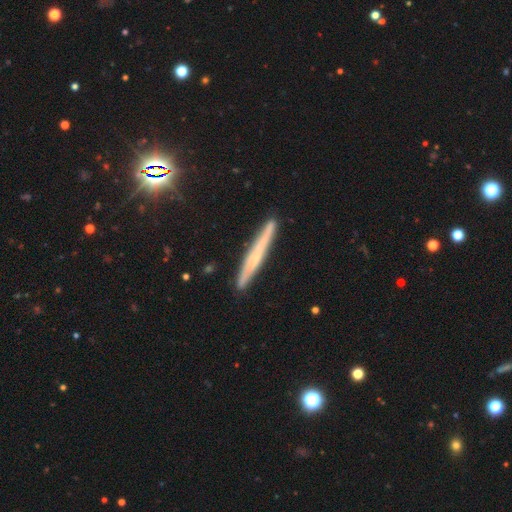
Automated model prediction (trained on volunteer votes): smooth-or-featured: featured or disk: 52% | smooth: 39% | star or artifact: 9%
  disk-edge-on: yes: 95% | no: 5%
  merging: none: 87% | minor disturbance: 9% | merger: 2% | major disturbance: 2%